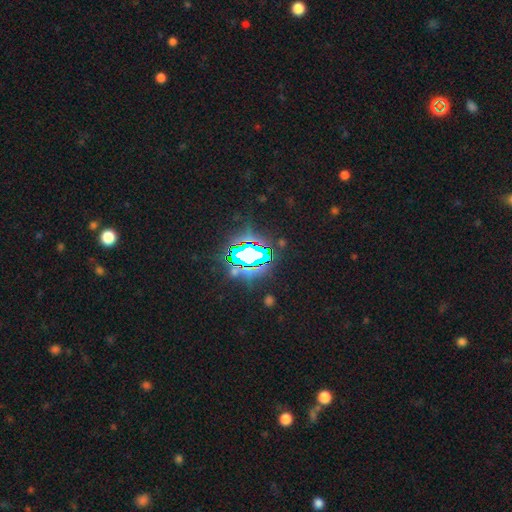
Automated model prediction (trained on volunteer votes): A star or artifact, not a galaxy (83%).

Vote fractions:
- Smooth or featured? star or artifact: 83% / smooth: 10% / featured or disk: 7%